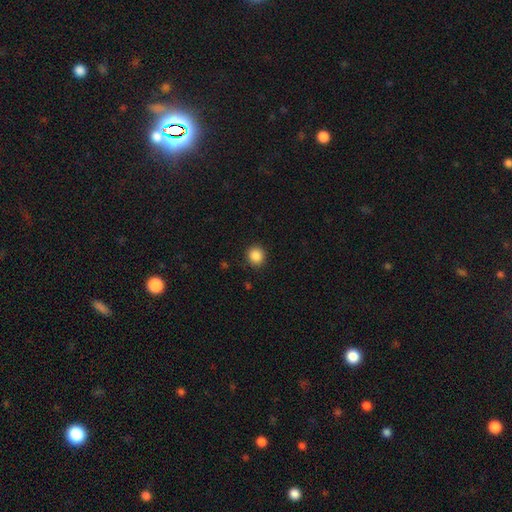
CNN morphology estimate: A smooth galaxy with no disk features (88%) that is round (88%). Merging: none (90%).